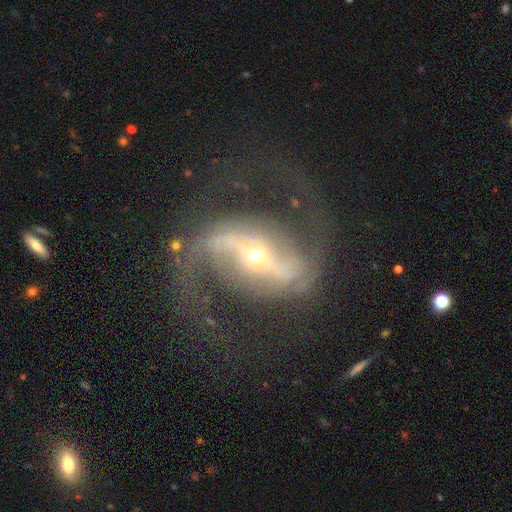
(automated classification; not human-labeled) A featured or disk galaxy (87%) with a strong bar (56%), 2 (91%) loose (52%) spiral arms (90%) and a moderate central bulge (51%).

Vote fractions:
- Smooth or featured? featured or disk: 87% / star or artifact: 6% / smooth: 6%
- Edge-on disk? no: 95% / yes: 5%
- Bar? strong: 56% / weak: 27% / no: 17%
- Spiral arms? yes: 90% / no: 10%
- Spiral winding? loose: 52% / medium: 36% / tight: 12%
- Spiral arm count? 2: 91% / can't tell: 3% / 1: 2% / 3: 1% / 4: 1% / more than 4: 1%
- Bulge size? moderate: 51% / small: 44% / large: 3% / dominant: 1% / none: 1%
- Merging? none: 63% / major disturbance: 19% / minor disturbance: 15% / merger: 3%